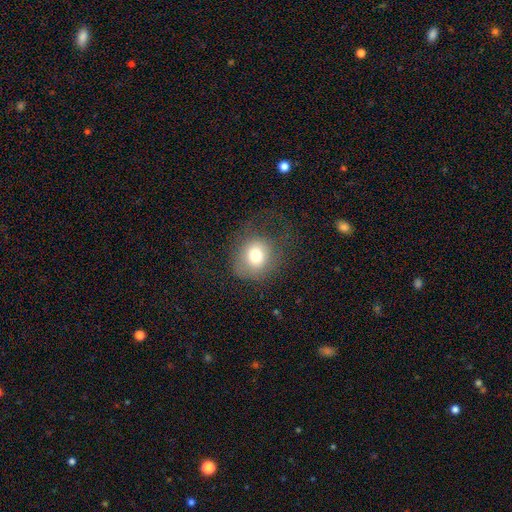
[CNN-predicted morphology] smooth 73%, featured or disk 16%, star or artifact 11%. Down the decision tree: how rounded — round (80%); merging — none (52%).